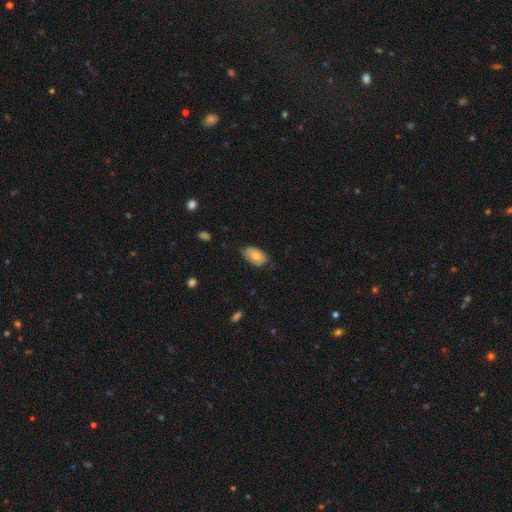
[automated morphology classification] Smooth or featured: smooth — 77% (featured or disk — 17%)
How rounded: in between — 93% (round — 5%)
Merging: none — 64% (minor disturbance — 30%)